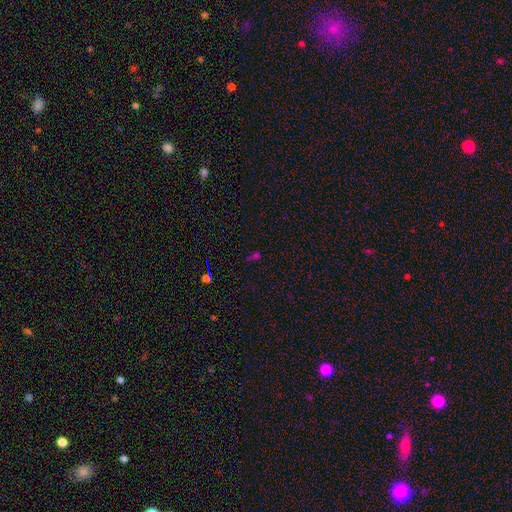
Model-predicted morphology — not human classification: smooth-or-featured: star or artifact: 55% | smooth: 33% | featured or disk: 11%